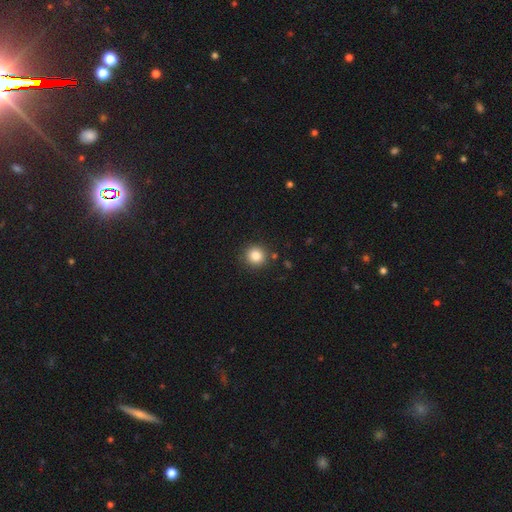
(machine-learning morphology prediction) type=smooth (84%); roundness=round (92%); merging=none (88%).